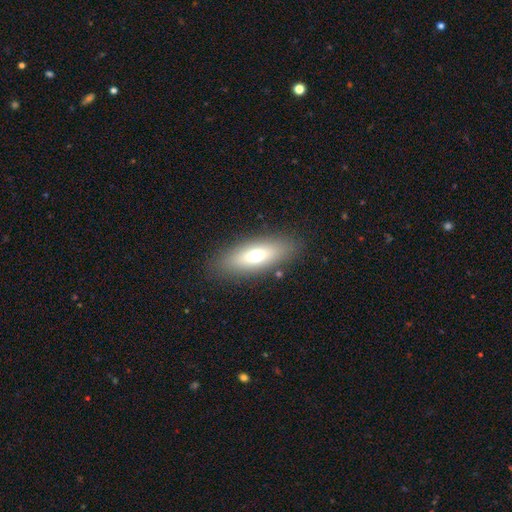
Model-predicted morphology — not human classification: smooth_or_featured: smooth (p=0.65) [alt: featured or disk p=0.26]
how_rounded: in between (p=0.70) [alt: cigar-shaped p=0.26]
merging: none (p=0.85) [alt: minor disturbance p=0.09]